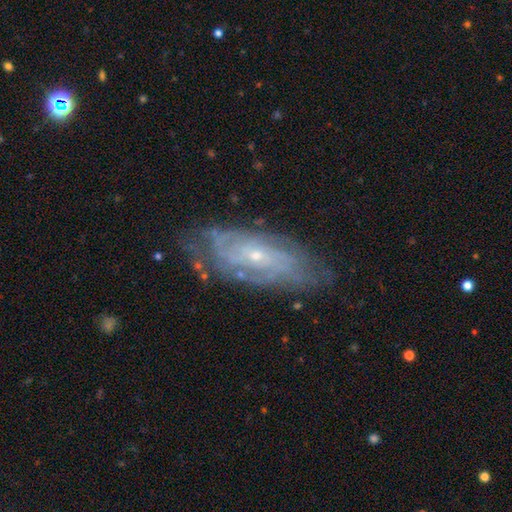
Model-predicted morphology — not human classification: Smooth or featured? featured or disk (78%)
Edge-on disk? no (88%)
Bar? no (70%)
Spiral arms? yes (87%)
Spiral winding? tight (66%)
Spiral arm count? can't tell (53%)
Bulge size? small (80%)
Merging? none (71%)